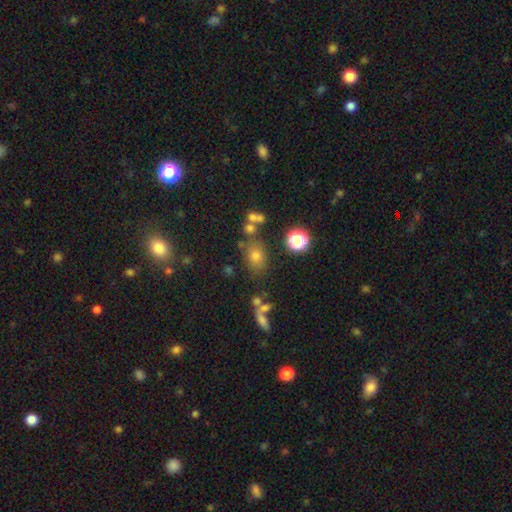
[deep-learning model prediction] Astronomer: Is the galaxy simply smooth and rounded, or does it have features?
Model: smooth — 64%.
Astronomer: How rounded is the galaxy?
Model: in between — 55% (runner-up: round, 43%).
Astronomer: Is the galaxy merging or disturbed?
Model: none — 69%.